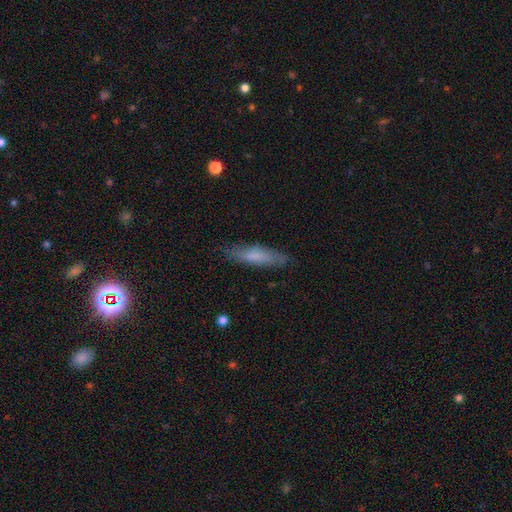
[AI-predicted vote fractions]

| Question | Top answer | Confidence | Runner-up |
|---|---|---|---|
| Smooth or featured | smooth | 67% | featured or disk (26%) |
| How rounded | cigar-shaped | 71% | in between (27%) |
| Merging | none | 79% | minor disturbance (16%) |